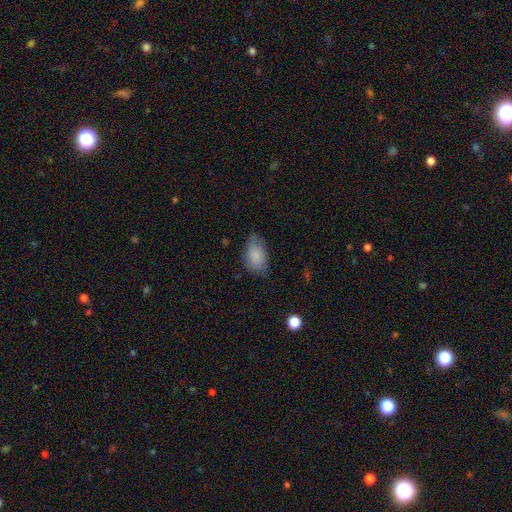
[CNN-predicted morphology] A smooth galaxy with no disk features (83%) that is in between round and cigar-shaped (92%). Merging: none (65%).